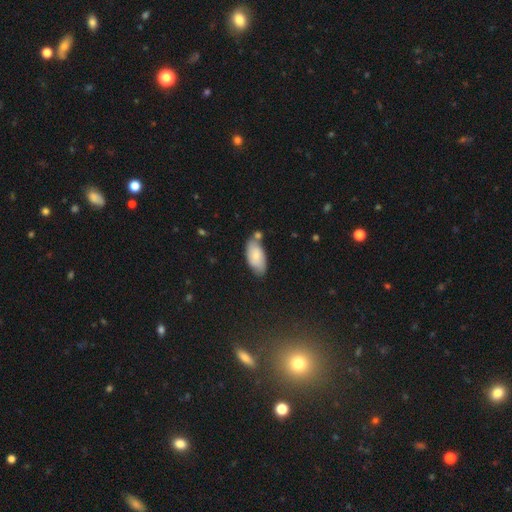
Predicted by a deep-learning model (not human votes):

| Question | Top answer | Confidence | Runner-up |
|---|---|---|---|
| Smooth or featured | smooth | 72% | featured or disk (21%) |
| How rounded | in between | 92% | cigar-shaped (6%) |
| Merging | none | 60% | minor disturbance (21%) |